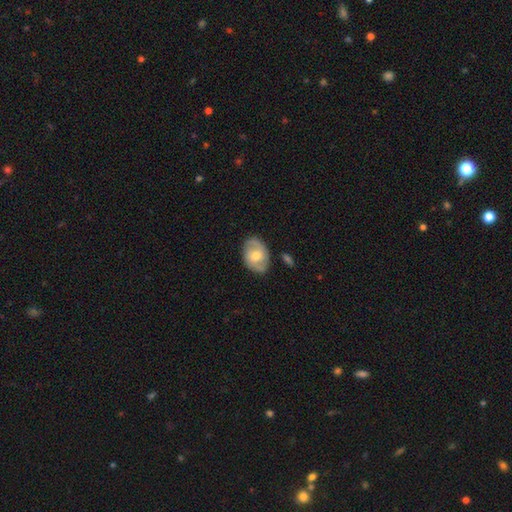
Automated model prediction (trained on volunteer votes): Overall: featured or disk (53%; smooth 40%). Edge-on disk: no (95%). Bar: no (55%; weak 37%). Spiral arms: yes (73%). Bulge size: moderate (67%). Merging: none (77%).